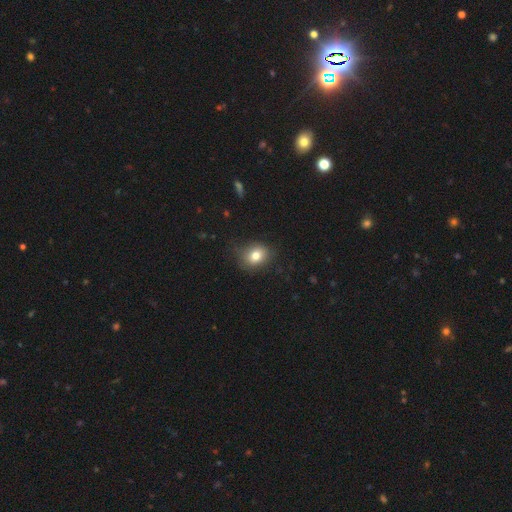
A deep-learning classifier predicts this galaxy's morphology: Smooth or featured? smooth (79%)
How rounded? round (54%)
Merging? none (78%)